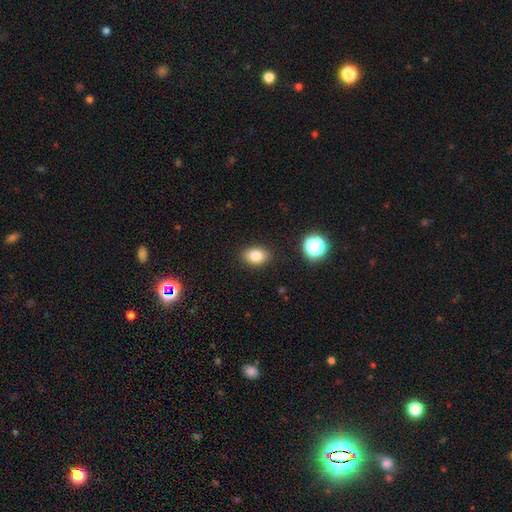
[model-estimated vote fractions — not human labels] Q: Smooth or featured?
A: smooth (81%); runner-up: star or artifact (11%)
Q: How rounded?
A: in between (76%); runner-up: round (22%)
Q: Merging?
A: none (88%); runner-up: minor disturbance (8%)